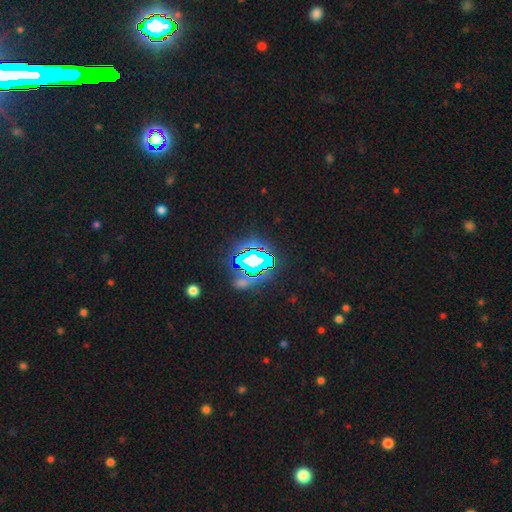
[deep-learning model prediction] The model was most divided on "smooth or featured": star or artifact: 76%, smooth: 13%, featured or disk: 11%.